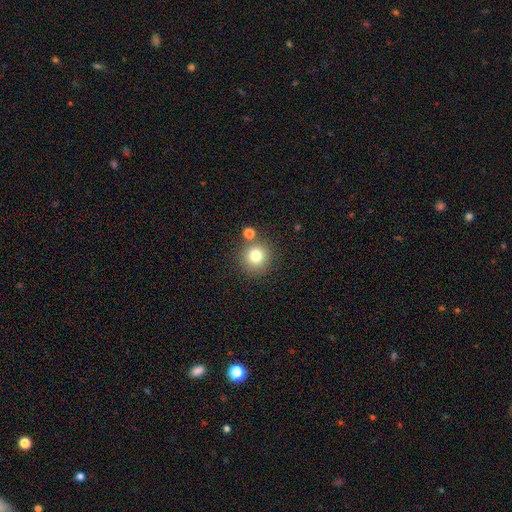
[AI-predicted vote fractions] A smooth galaxy with no disk features (79%) that is round (93%). Merging: none (78%).